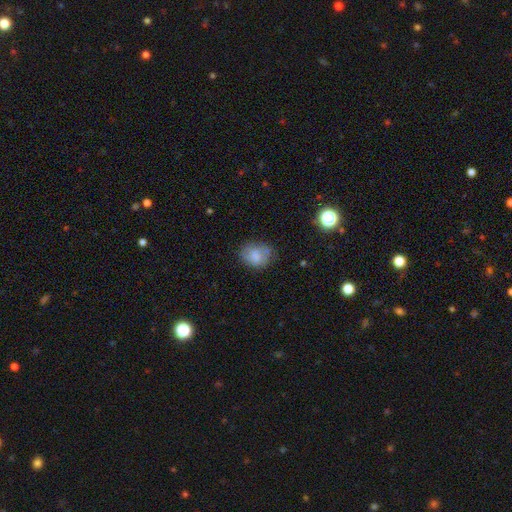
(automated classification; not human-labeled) This is likely a smooth galaxy (71%). How rounded: possibly in between (52%). Merging: possibly none (59%).